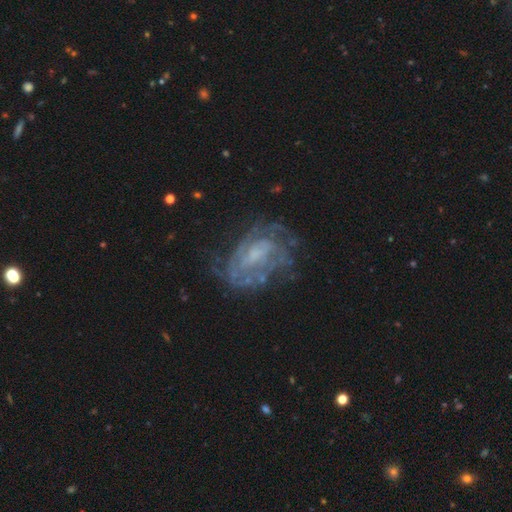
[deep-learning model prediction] A featured or disk galaxy (77%) with a weak bar (44%, tied with no), tight (52%) spiral arms (76%) and a small central bulge (46%). Merging: none (60%).